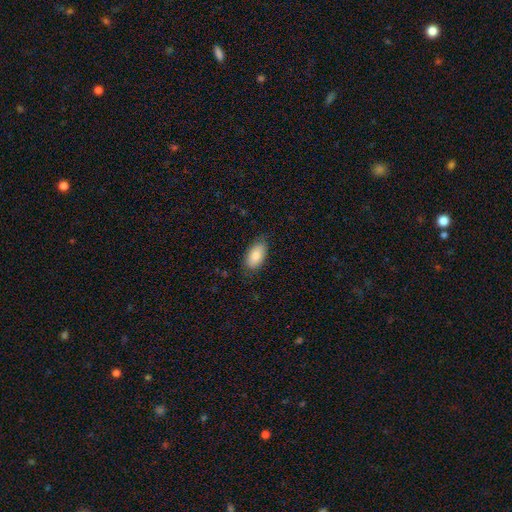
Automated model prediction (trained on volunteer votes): Overall: smooth (83%). How rounded: in between (93%). Merging: none (81%).